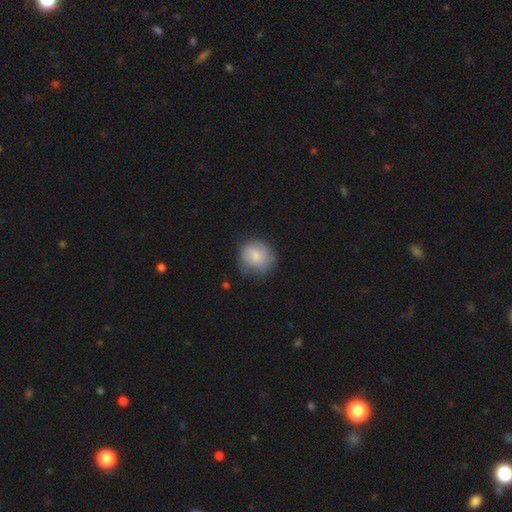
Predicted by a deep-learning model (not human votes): Smooth or featured? smooth (81%)
How rounded? round (84%)
Merging? none (67%)